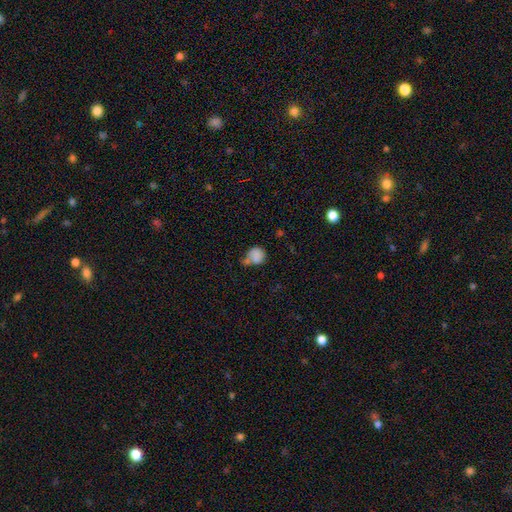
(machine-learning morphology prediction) Smooth or featured: smooth — 78% (featured or disk — 12%)
How rounded: round — 68% (in between — 31%)
Merging: none — 37% (merger — 25%)